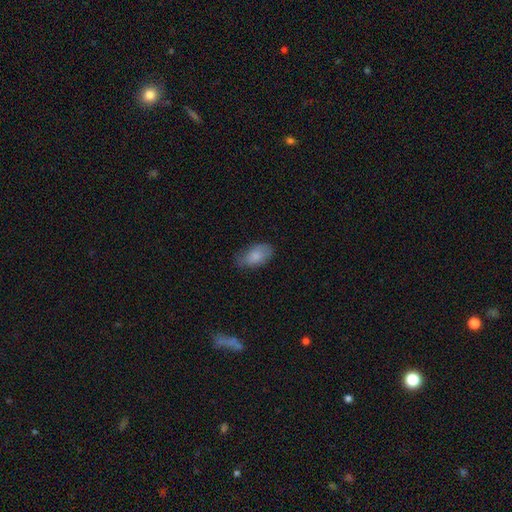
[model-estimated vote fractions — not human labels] smooth-or-featured: smooth: 80% | featured or disk: 13% | star or artifact: 7%
  how-rounded: in between: 92% | round: 6% | cigar-shaped: 2%
  merging: none: 66% | minor disturbance: 26% | major disturbance: 7% | merger: 1%